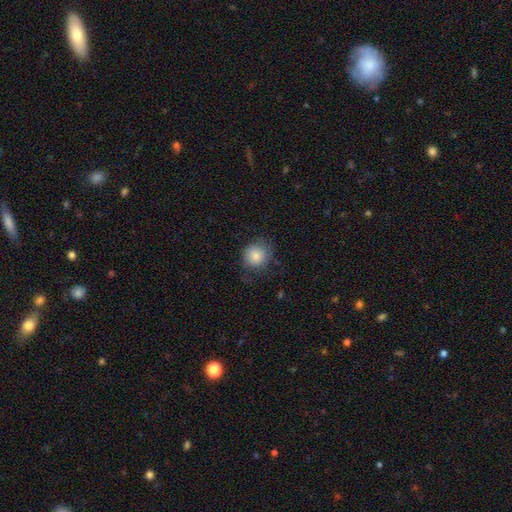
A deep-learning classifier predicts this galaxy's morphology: Smooth or featured?
  - smooth: 80% *
  - featured or disk: 12%
  - star or artifact: 8%
How rounded?
  - round: 85% *
  - in between: 14%
  - cigar-shaped: 1%
Merging?
  - none: 64% *
  - minor disturbance: 24%
  - major disturbance: 11%
  - merger: 1%